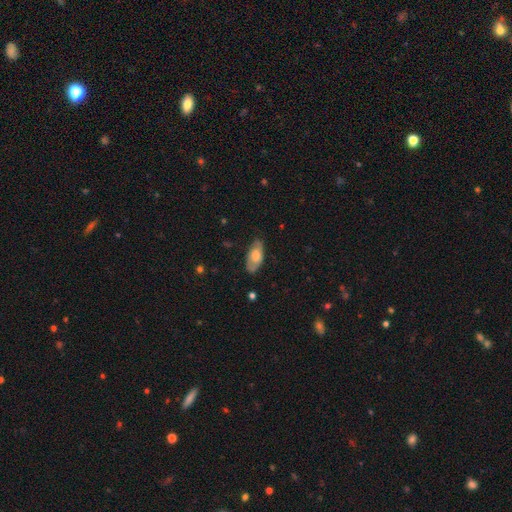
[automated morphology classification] The model was most divided on "smooth or featured": smooth: 62%, featured or disk: 32%, star or artifact: 6%. More confident: how rounded — in between (90%); merging — none (72%).